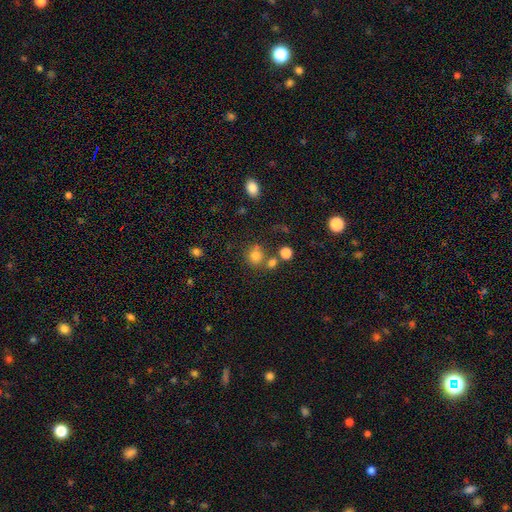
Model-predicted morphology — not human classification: The model was most divided on "merging": none: 64%, merger: 20%, minor disturbance: 11%, major disturbance: 5%. More confident: how rounded — round (84%); smooth or featured — smooth (78%).